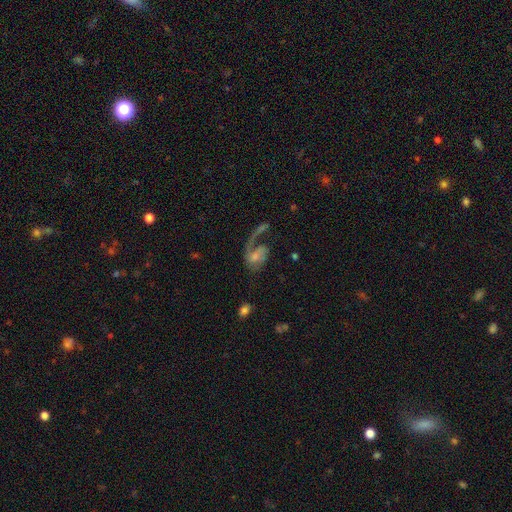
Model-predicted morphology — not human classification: This is likely a featured or disk galaxy (68%). It is clearly not viewed edge-on (97%). Bar: possibly no (59%). Spiral arm pattern: clearly yes (84%). Spiral arm count: likely 1 (76%). Spiral winding: likely loose (62%). Central bulge: marginally small (38%). Merging: possibly major disturbance (50%).